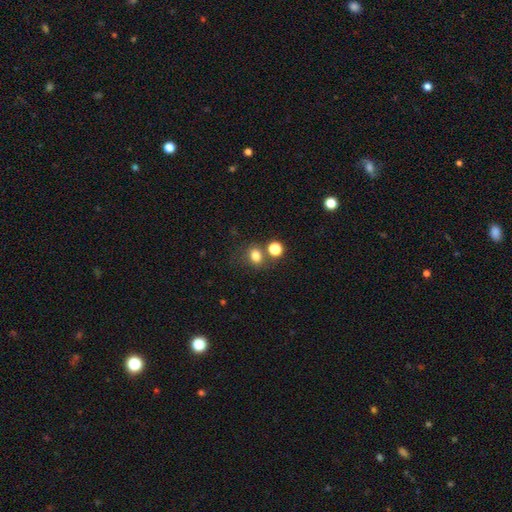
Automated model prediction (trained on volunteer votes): Q: Smooth or featured?
A: smooth (78%); runner-up: star or artifact (15%)
Q: How rounded?
A: round (63%); runner-up: in between (36%)
Q: Merging?
A: none (64%); runner-up: merger (19%)